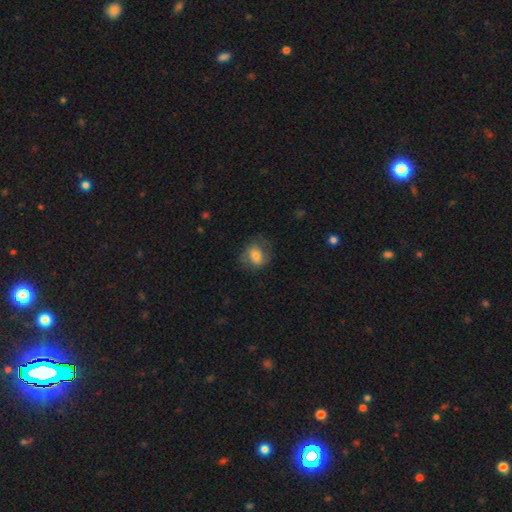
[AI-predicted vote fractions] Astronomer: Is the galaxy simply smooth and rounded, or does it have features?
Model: smooth — 59%.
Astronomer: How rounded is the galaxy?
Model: round — 52% (runner-up: in between, 47%).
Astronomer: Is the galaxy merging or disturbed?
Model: none — 65%.